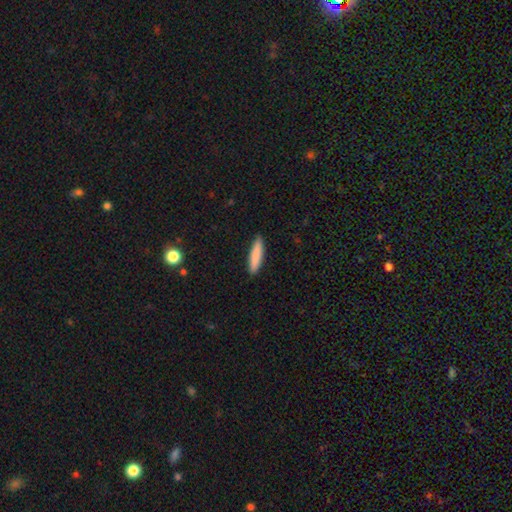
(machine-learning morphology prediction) smooth 86%, featured or disk 8%, star or artifact 5%. Down the decision tree: how rounded — cigar-shaped (80%); merging — none (90%).